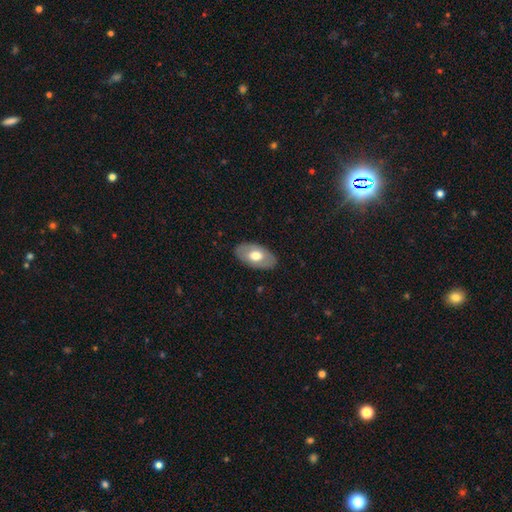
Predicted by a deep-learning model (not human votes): smooth 58%, featured or disk 37%, star or artifact 5%. Down the decision tree: how rounded — in between (93%); merging — none (85%).